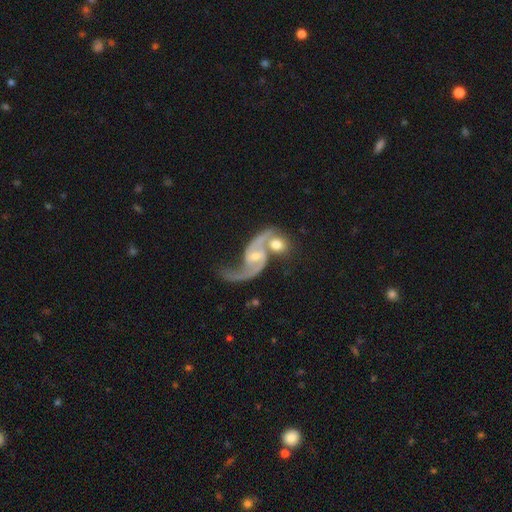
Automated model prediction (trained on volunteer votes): Smooth or featured?
  - featured or disk: 89% *
  - smooth: 5%
  - star or artifact: 5%
Edge-on disk?
  - no: 97% *
  - yes: 3%
Bar?
  - no: 44% *
  - weak: 41%
  - strong: 15%
Spiral arms?
  - yes: 97% *
  - no: 3%
Spiral winding?
  - loose: 55% *
  - medium: 36%
  - tight: 9%
Spiral arm count?
  - 2: 90% *
  - 1: 4%
  - can't tell: 2%
  - 3: 1%
  - 4: 1%
  - more than 4: 1%
Bulge size?
  - small: 56% *
  - moderate: 37%
  - none: 3%
  - large: 2%
  - dominant: 1%
Merging?
  - merger: 44% *
  - none: 34%
  - minor disturbance: 12%
  - major disturbance: 11%